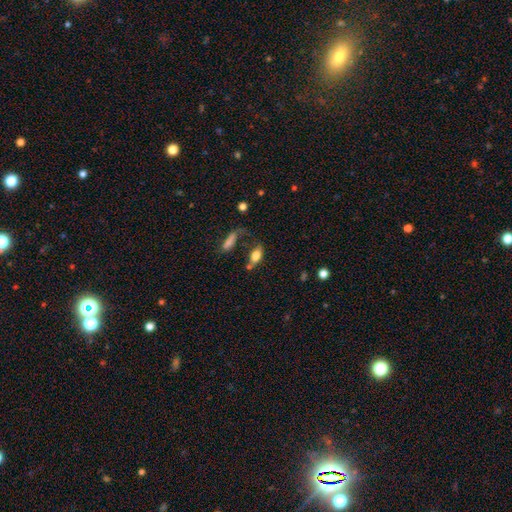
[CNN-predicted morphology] smooth 76%, featured or disk 15%, star or artifact 9%. Down the decision tree: how rounded — in between (82%); merging — none (47%).